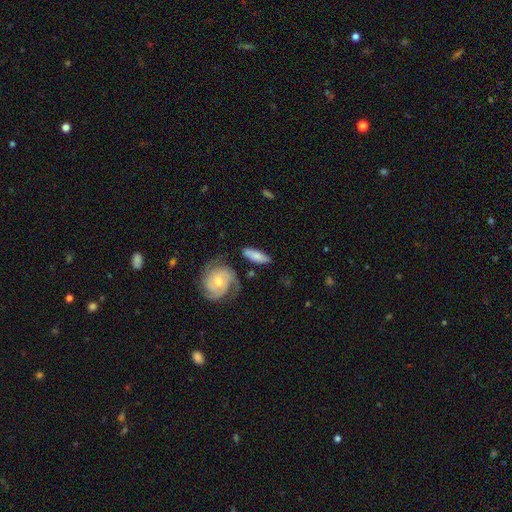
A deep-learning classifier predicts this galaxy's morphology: Smooth or featured?
  - smooth: 65% *
  - featured or disk: 29%
  - star or artifact: 6%
How rounded?
  - in between: 56% *
  - cigar-shaped: 41%
  - round: 3%
Merging?
  - none: 69% *
  - minor disturbance: 18%
  - merger: 7%
  - major disturbance: 6%